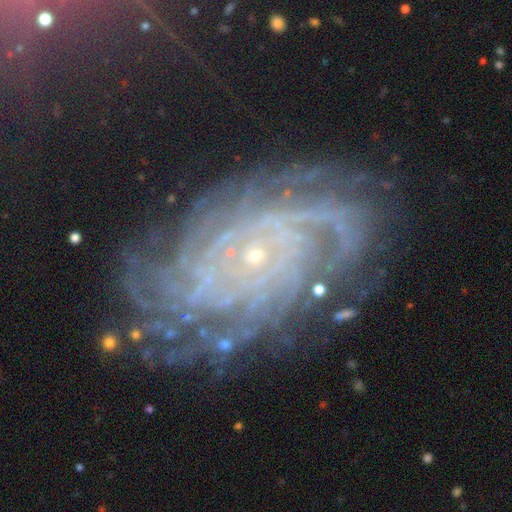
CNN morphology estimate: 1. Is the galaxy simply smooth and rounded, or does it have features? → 87% featured or disk, 8% star or artifact, 5% smooth.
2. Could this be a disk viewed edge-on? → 97% no, 3% yes.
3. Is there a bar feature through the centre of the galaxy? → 76% no, 17% weak, 7% strong.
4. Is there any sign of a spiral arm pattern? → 98% yes, 2% no.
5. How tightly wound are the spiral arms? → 75% tight, 20% medium, 5% loose.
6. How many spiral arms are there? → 34% more than 4, 21% can't tell, 16% 4, 10% 3, 10% 2, 8% 1.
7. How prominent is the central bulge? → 87% small, 8% moderate, 2% none, 1% large, 1% dominant.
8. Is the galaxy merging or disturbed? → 72% none, 16% minor disturbance, 10% major disturbance, 2% merger.